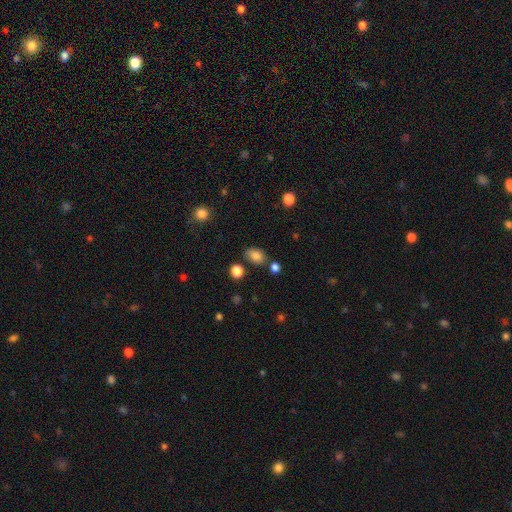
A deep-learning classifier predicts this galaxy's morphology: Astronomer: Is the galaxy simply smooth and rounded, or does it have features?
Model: smooth — 83%.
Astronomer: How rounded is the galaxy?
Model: in between — 79%.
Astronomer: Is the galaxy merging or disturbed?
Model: none — 74%.